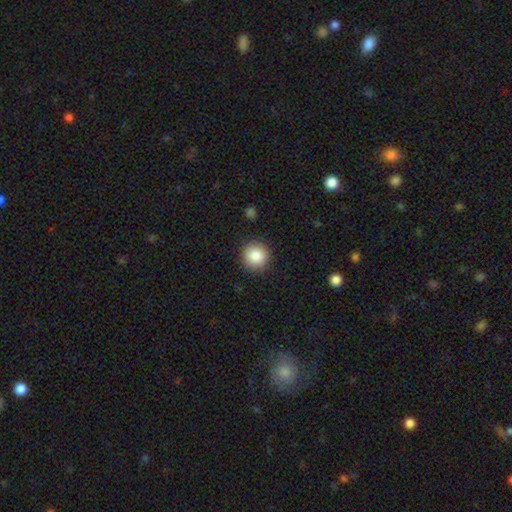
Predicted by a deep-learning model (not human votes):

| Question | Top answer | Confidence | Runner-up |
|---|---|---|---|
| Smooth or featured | smooth | 87% | star or artifact (8%) |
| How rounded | round | 93% | in between (6%) |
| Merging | none | 90% | minor disturbance (7%) |